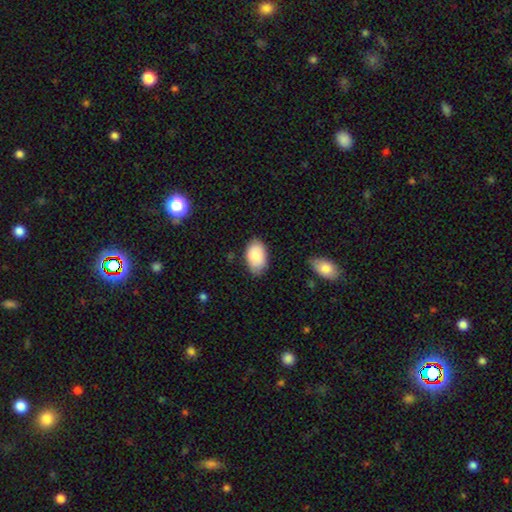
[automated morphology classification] Smooth or featured: smooth — 86% (featured or disk — 8%)
How rounded: in between — 94% (round — 5%)
Merging: none — 77% (minor disturbance — 18%)